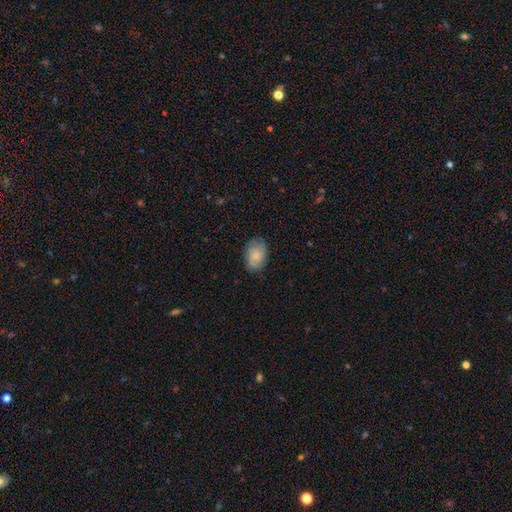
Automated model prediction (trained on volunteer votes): Smooth or featured?
  - smooth: 60% *
  - featured or disk: 32%
  - star or artifact: 8%
How rounded?
  - in between: 79% *
  - round: 20%
  - cigar-shaped: 1%
Merging?
  - none: 77% *
  - minor disturbance: 18%
  - major disturbance: 4%
  - merger: 1%